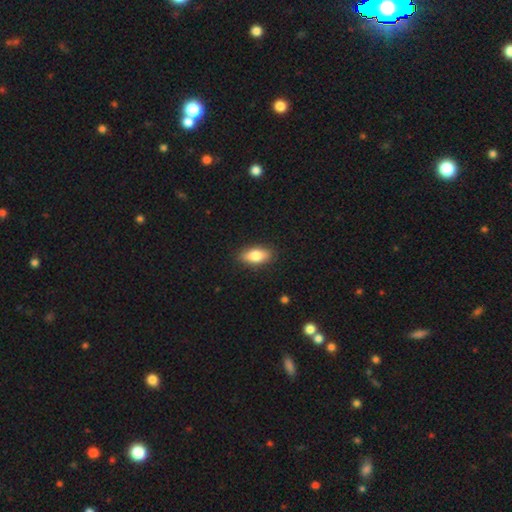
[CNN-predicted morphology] Smooth or featured?
  - smooth: 80% *
  - featured or disk: 13%
  - star or artifact: 7%
How rounded?
  - in between: 86% *
  - cigar-shaped: 10%
  - round: 4%
Merging?
  - none: 87% *
  - minor disturbance: 10%
  - major disturbance: 2%
  - merger: 1%